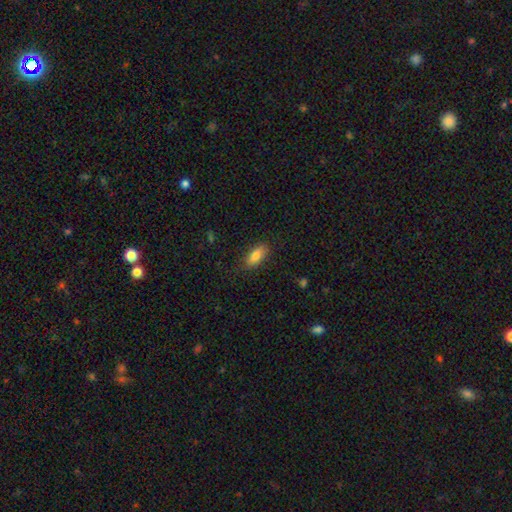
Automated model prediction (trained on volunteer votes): Smooth or featured?
  - smooth: 80% *
  - featured or disk: 12%
  - star or artifact: 7%
How rounded?
  - in between: 79% *
  - cigar-shaped: 19%
  - round: 3%
Merging?
  - none: 81% *
  - minor disturbance: 14%
  - major disturbance: 3%
  - merger: 1%